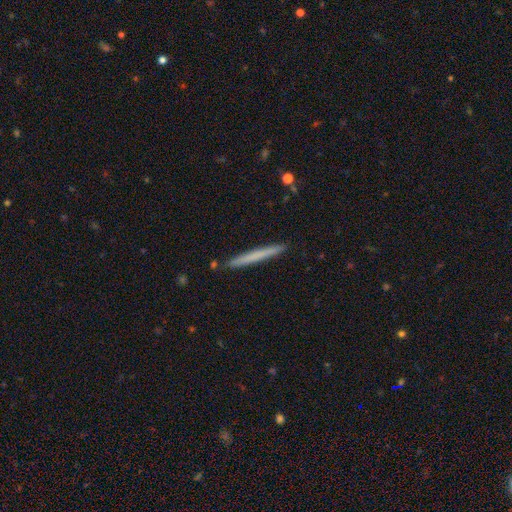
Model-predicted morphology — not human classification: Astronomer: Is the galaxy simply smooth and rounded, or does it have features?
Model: smooth — 64%.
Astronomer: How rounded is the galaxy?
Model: cigar-shaped — 97%.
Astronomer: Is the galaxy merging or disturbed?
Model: none — 91%.